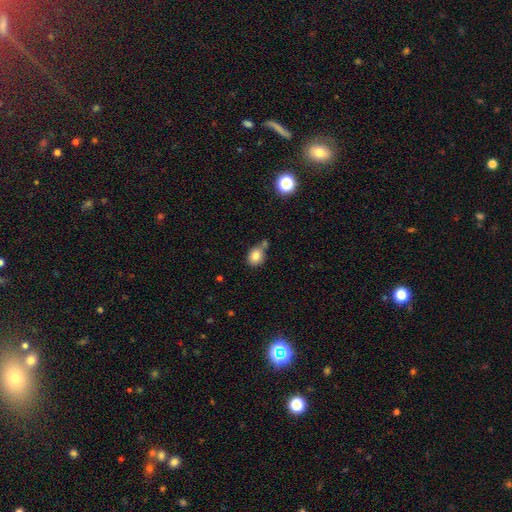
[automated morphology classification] This appears to be a smooth galaxy with no disk features (81%) that is round (58%). Merging: none (52%).